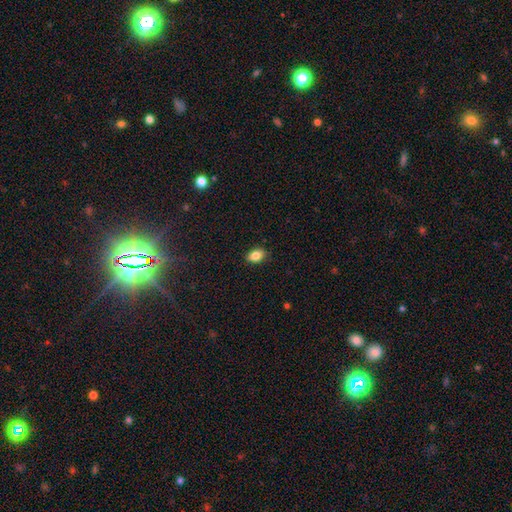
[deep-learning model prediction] The model was most divided on "how rounded": in between: 83%, round: 15%, cigar-shaped: 2%. More confident: merging — none (87%); smooth or featured — smooth (84%).